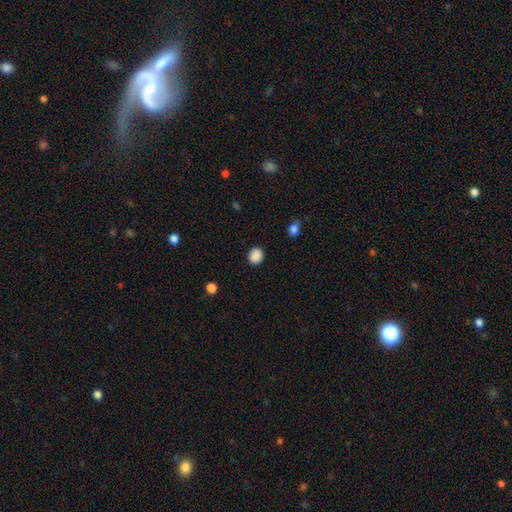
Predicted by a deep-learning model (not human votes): Smooth or featured?
  - smooth: 88% *
  - star or artifact: 9%
  - featured or disk: 2%
How rounded?
  - round: 70% *
  - in between: 29%
  - cigar-shaped: 1%
Merging?
  - none: 89% *
  - minor disturbance: 7%
  - major disturbance: 2%
  - merger: 1%